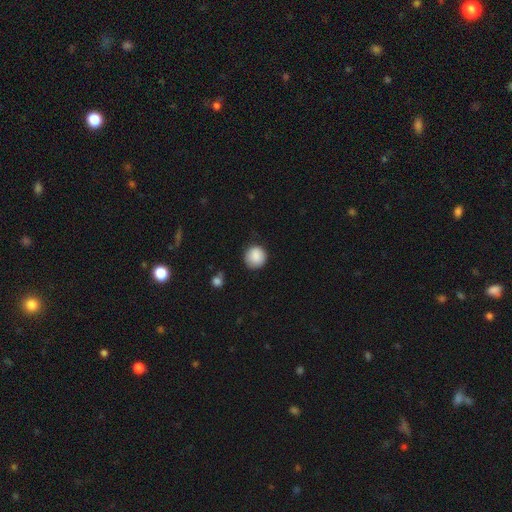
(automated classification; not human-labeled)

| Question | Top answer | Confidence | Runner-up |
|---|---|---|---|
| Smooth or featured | smooth | 88% | star or artifact (8%) |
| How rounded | round | 92% | in between (7%) |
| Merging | none | 82% | minor disturbance (14%) |